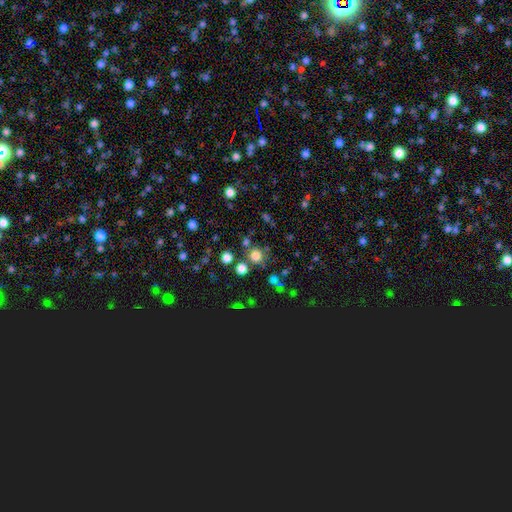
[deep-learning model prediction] This appears to be a smooth galaxy with no disk features (77%) that is round (88%). Merging: none (75%).